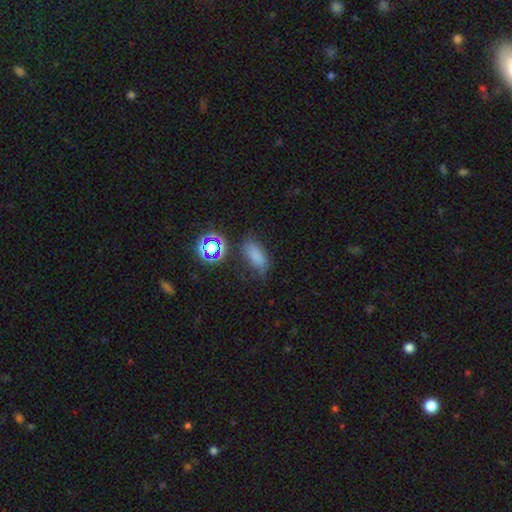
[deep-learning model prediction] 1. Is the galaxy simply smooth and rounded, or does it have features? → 70% smooth, 20% star or artifact, 10% featured or disk.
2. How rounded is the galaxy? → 78% in between, 15% cigar-shaped, 7% round.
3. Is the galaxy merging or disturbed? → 64% none, 22% minor disturbance, 9% major disturbance, 5% merger.